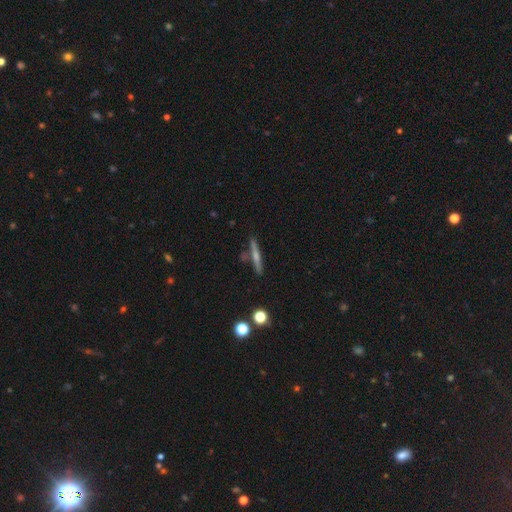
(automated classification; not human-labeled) This appears to be a featured or disk galaxy (52%) viewed edge-on (96%) with a rounded central bulge (69%). Merging: none (80%).